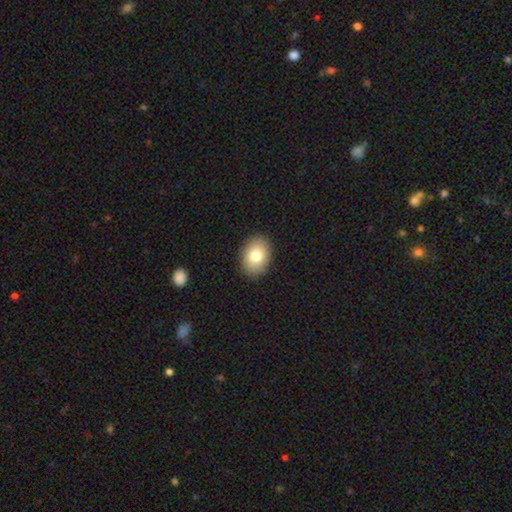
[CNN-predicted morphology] Smooth or featured?
  - smooth: 79% *
  - featured or disk: 12%
  - star or artifact: 8%
How rounded?
  - in between: 67% *
  - round: 32%
  - cigar-shaped: 1%
Merging?
  - none: 90% *
  - minor disturbance: 7%
  - major disturbance: 2%
  - merger: 1%